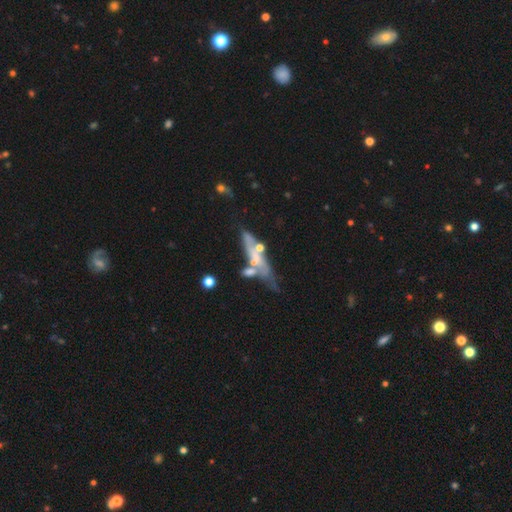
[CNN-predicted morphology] Smooth or featured?
  - featured or disk: 59% *
  - smooth: 31%
  - star or artifact: 9%
Edge-on disk?
  - no: 53% *
  - yes: 47%
Merging?
  - none: 38% *
  - merger: 24%
  - minor disturbance: 23%
  - major disturbance: 15%